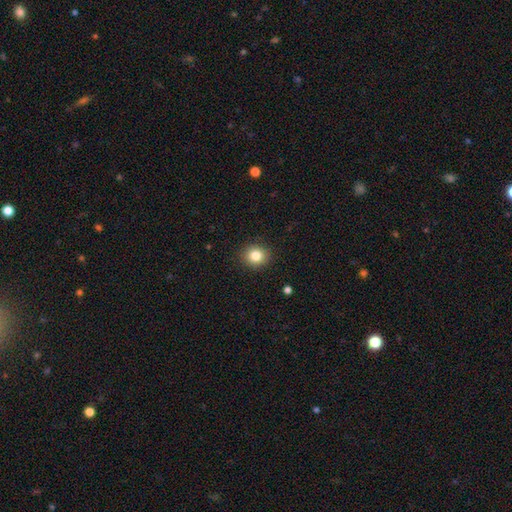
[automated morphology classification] Overall: smooth (82%). How rounded: round (81%). Merging: none (90%).